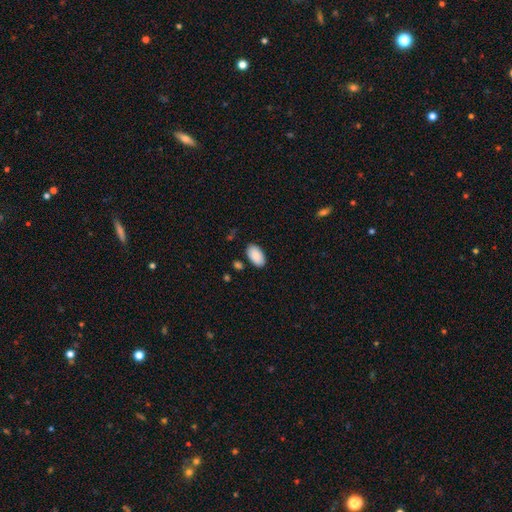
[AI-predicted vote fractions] This is clearly a smooth galaxy (90%). How rounded: clearly in between (96%). Merging: clearly none (86%).